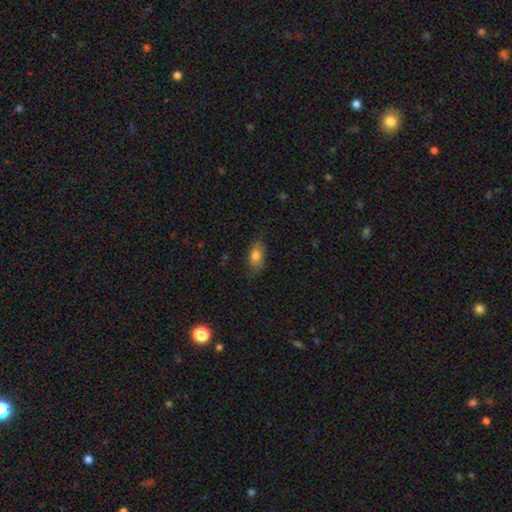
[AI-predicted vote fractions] smooth-or-featured: smooth: 76% | featured or disk: 16% | star or artifact: 8%
  how-rounded: in between: 87% | round: 8% | cigar-shaped: 5%
  merging: none: 75% | minor disturbance: 20% | major disturbance: 4% | merger: 1%